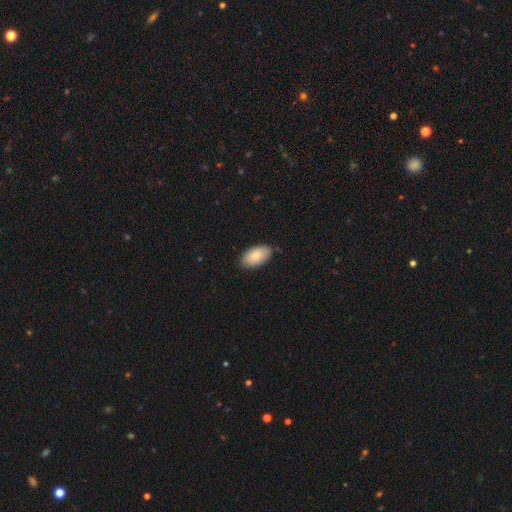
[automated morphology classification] smooth 82%, featured or disk 12%, star or artifact 6%. Down the decision tree: how rounded — in between (95%); merging — none (80%).